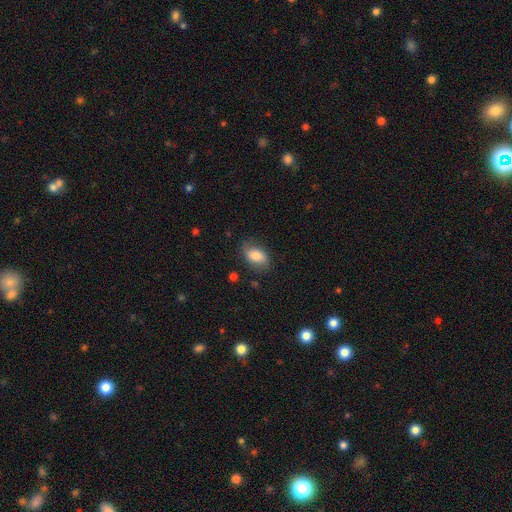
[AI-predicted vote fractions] smooth-or-featured: smooth: 79% | featured or disk: 14% | star or artifact: 7%
  how-rounded: in between: 89% | round: 9% | cigar-shaped: 2%
  merging: none: 73% | minor disturbance: 20% | major disturbance: 6% | merger: 2%